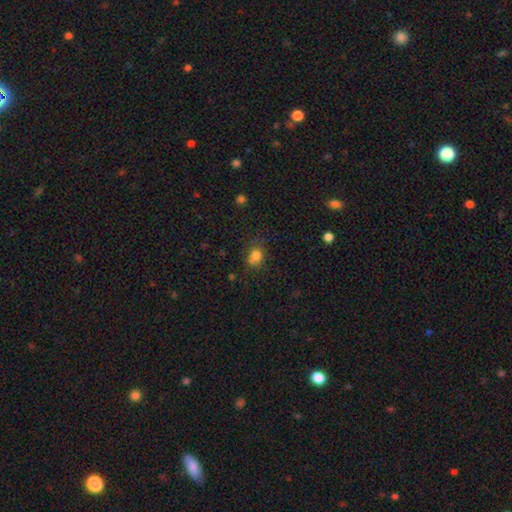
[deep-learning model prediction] Morphology: type=smooth (77%); roundness=round (52%); merging=none (54%).